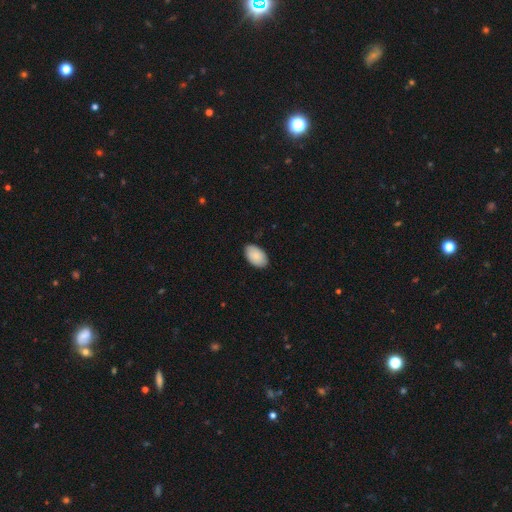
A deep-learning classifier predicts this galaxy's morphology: Q: Smooth or featured?
A: smooth (87%); runner-up: featured or disk (7%)
Q: How rounded?
A: in between (94%); runner-up: round (5%)
Q: Merging?
A: none (84%); runner-up: minor disturbance (13%)